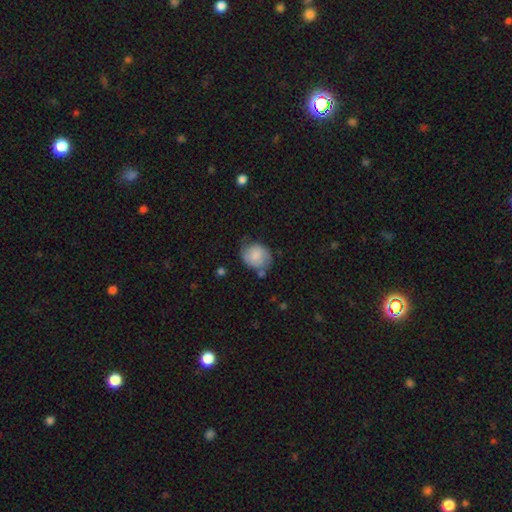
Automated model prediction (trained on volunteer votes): Smooth or featured? smooth (68%)
How rounded? round (62%)
Merging? none (53%)